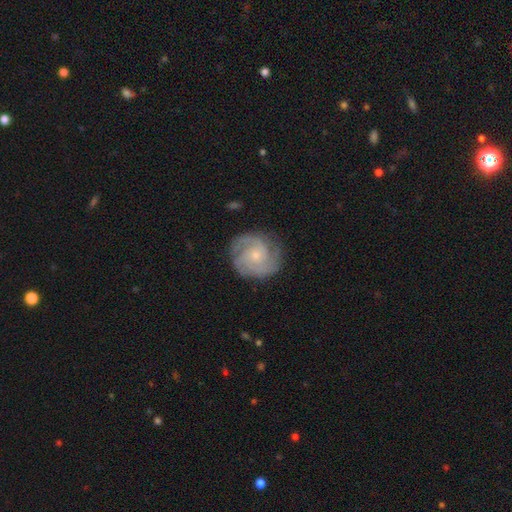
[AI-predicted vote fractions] Smooth or featured? Predicted: featured or disk (p=0.87). Edge-on disk? Predicted: no (p=0.98). Bar? Predicted: no (p=0.71). Spiral arms? Predicted: yes (p=0.98). Spiral winding? Predicted: tight (p=0.63). Spiral arm count? Predicted: 3 (p=0.41). Bulge size? Predicted: small (p=0.65). Merging? Predicted: none (p=0.82).